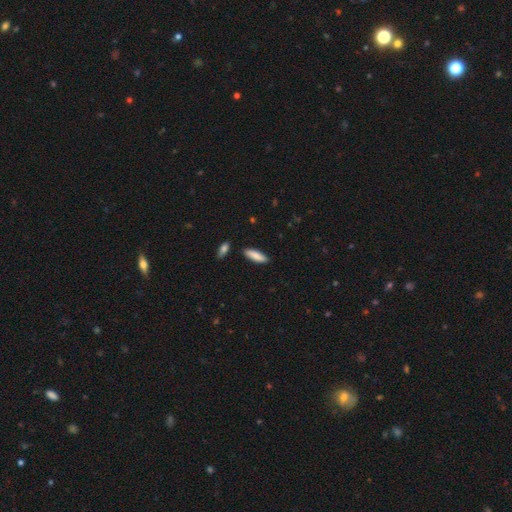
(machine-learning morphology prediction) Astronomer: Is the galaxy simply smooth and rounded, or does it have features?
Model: smooth — 85%.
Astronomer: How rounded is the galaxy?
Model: cigar-shaped — 50% (runner-up: in between, 48%).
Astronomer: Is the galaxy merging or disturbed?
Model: none — 86%.